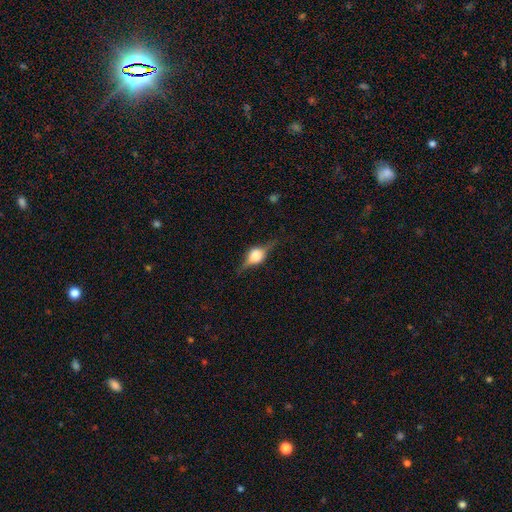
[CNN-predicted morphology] Smooth or featured? Predicted: featured or disk (p=0.73). Edge-on disk? Predicted: yes (p=0.96). Edge-on bulge? Predicted: rounded (p=0.91). Merging? Predicted: none (p=0.80).